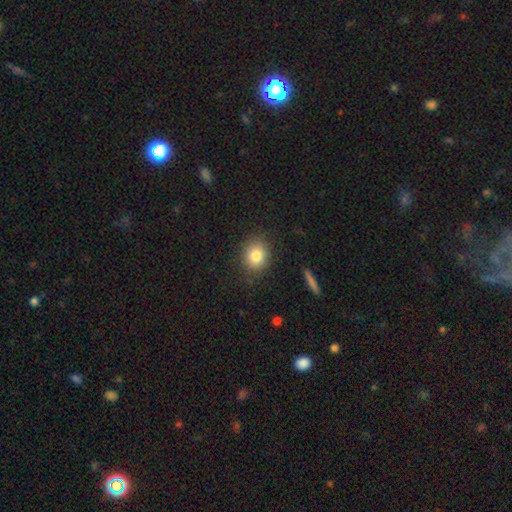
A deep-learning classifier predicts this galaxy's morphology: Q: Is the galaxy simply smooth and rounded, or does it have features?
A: smooth — 82%.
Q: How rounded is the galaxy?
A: round — 61%.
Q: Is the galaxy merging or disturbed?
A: none — 86%.